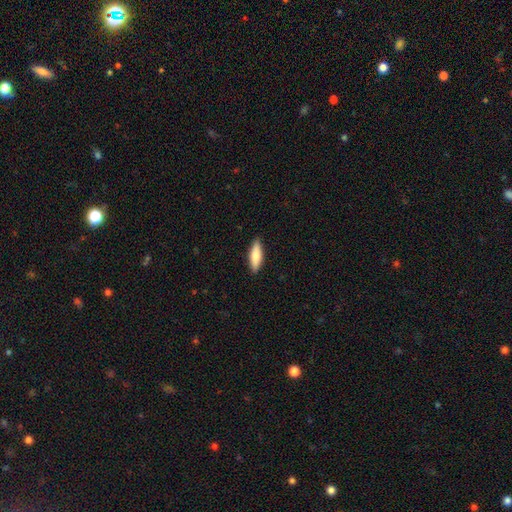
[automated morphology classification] Smooth or featured: smooth — 74% (featured or disk — 21%)
How rounded: cigar-shaped — 52% (in between — 46%)
Merging: none — 90% (minor disturbance — 8%)